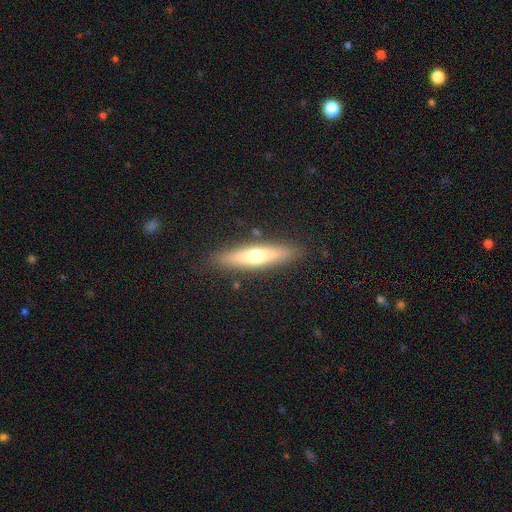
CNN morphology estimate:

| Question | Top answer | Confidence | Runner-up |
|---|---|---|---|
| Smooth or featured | smooth | 51% | featured or disk (43%) |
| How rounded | cigar-shaped | 81% | in between (18%) |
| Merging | none | 87% | minor disturbance (9%) |